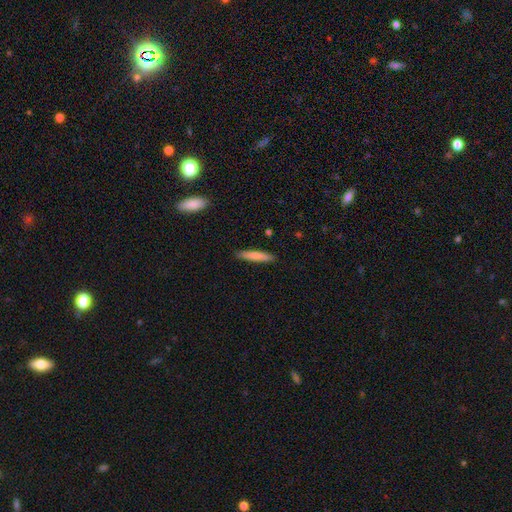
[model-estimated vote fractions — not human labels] Smooth or featured? smooth (80%)
How rounded? cigar-shaped (91%)
Merging? none (90%)